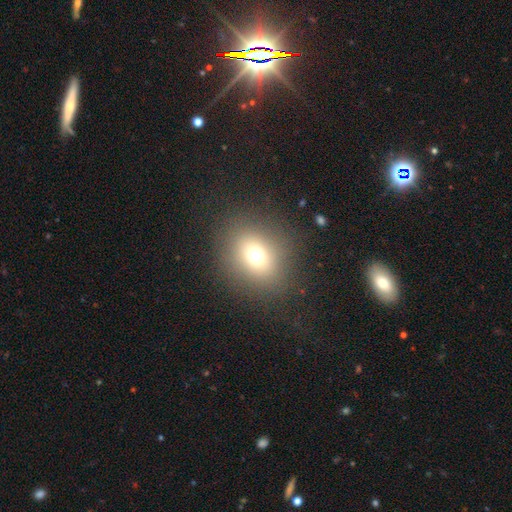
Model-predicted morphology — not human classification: Smooth or featured? Predicted: smooth (p=0.68). How rounded? Predicted: round (p=0.69). Merging? Predicted: none (p=0.85).